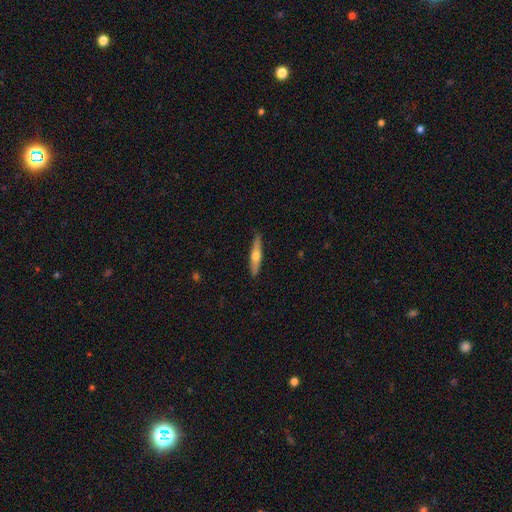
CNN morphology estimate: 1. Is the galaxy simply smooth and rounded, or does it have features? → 48% smooth, 47% featured or disk, 6% star or artifact.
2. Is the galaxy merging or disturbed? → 88% none, 9% minor disturbance, 2% major disturbance, 1% merger.